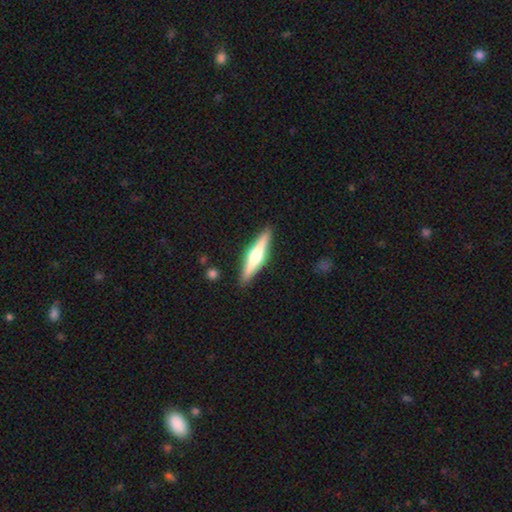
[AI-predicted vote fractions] This appears to be a featured or disk galaxy (61%) viewed edge-on (97%) with a rounded central bulge (87%). Merging: none (90%).